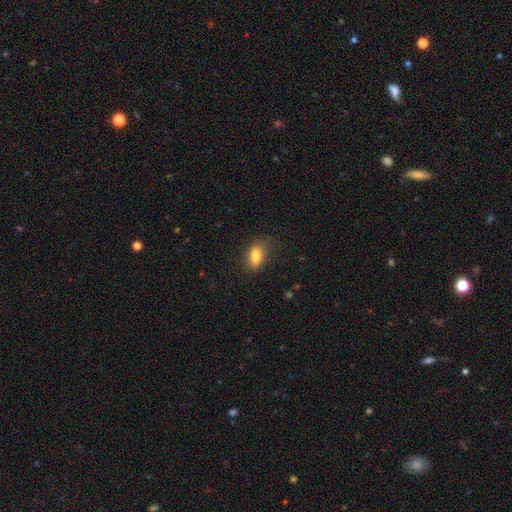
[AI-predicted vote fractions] Smooth or featured? Predicted: smooth (p=0.82). How rounded? Predicted: in between (p=0.85). Merging? Predicted: none (p=0.74).